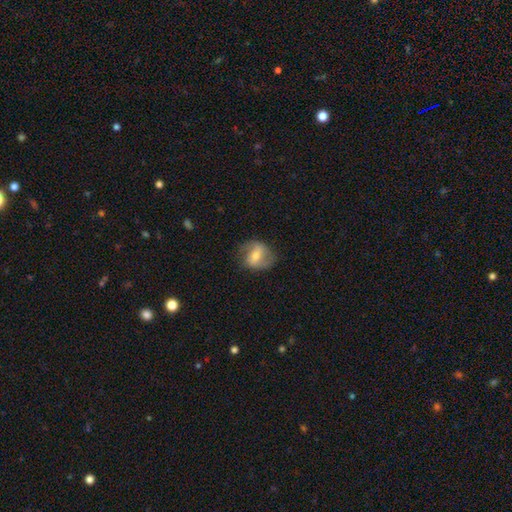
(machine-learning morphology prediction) Overall: featured or disk (51%; smooth 42%). Edge-on disk: no (94%). Merging: none (71%).